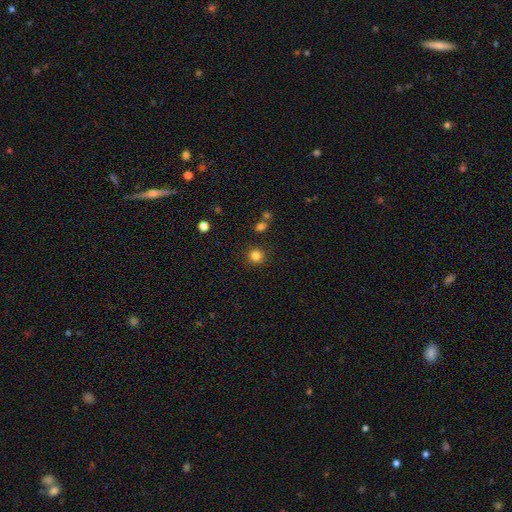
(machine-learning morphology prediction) smooth-or-featured: smooth: 84% | star or artifact: 12% | featured or disk: 4%
  how-rounded: round: 93% | in between: 6% | cigar-shaped: 1%
  merging: none: 88% | minor disturbance: 6% | merger: 3% | major disturbance: 3%